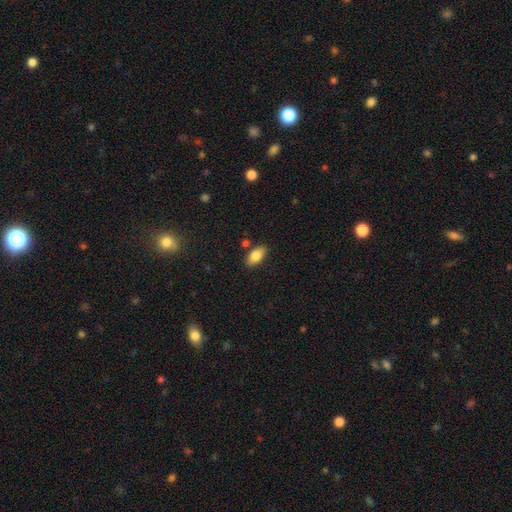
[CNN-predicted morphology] Smooth or featured?
  - smooth: 81% *
  - featured or disk: 11%
  - star or artifact: 7%
How rounded?
  - in between: 91% *
  - cigar-shaped: 5%
  - round: 4%
Merging?
  - none: 84% *
  - minor disturbance: 10%
  - merger: 4%
  - major disturbance: 2%